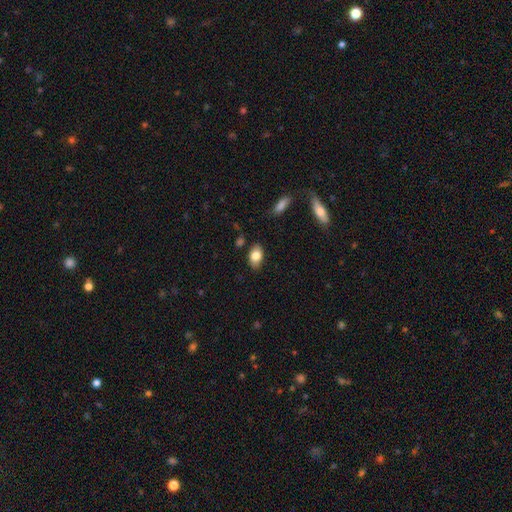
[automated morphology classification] A smooth galaxy with no disk features (80%) that is in between round and cigar-shaped (90%). Merging: none (84%).